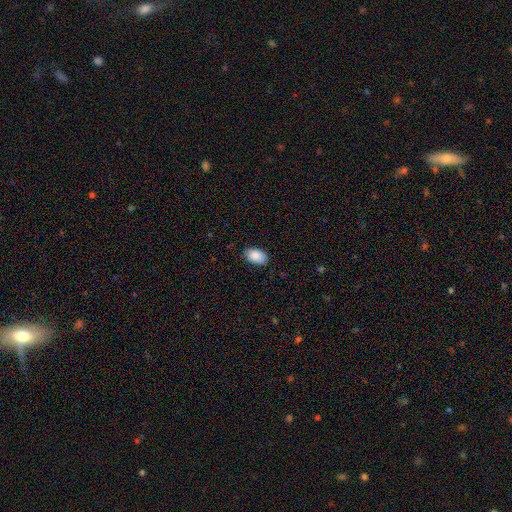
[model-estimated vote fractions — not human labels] Q: Smooth or featured?
A: smooth (88%); runner-up: star or artifact (7%)
Q: How rounded?
A: in between (92%); runner-up: round (7%)
Q: Merging?
A: none (84%); runner-up: minor disturbance (13%)